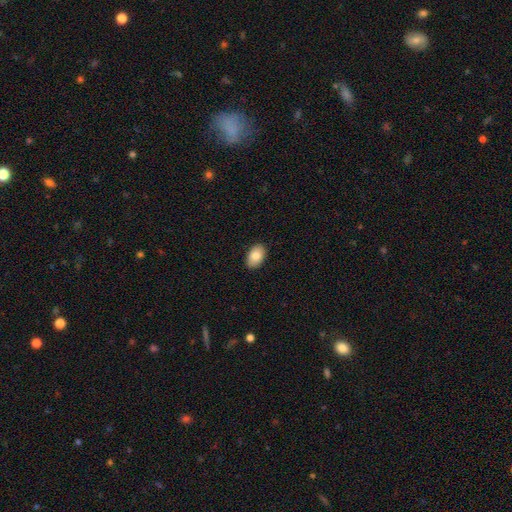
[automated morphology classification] Smooth or featured: smooth — 84% (featured or disk — 9%)
How rounded: in between — 92% (round — 7%)
Merging: none — 89% (minor disturbance — 8%)